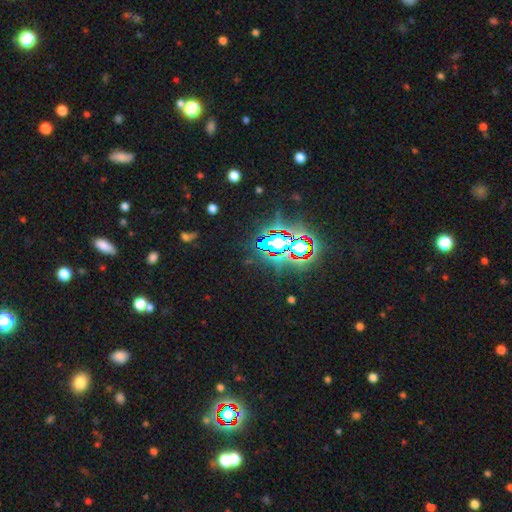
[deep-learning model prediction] Smooth or featured: star or artifact — 84% (smooth — 9%)